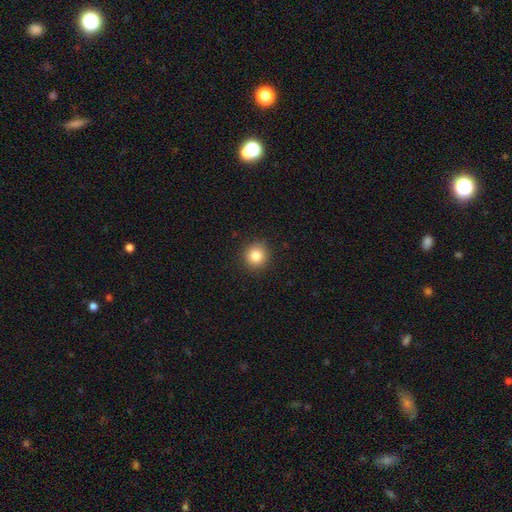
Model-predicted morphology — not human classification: type=smooth (84%); roundness=round (91%); merging=none (90%).